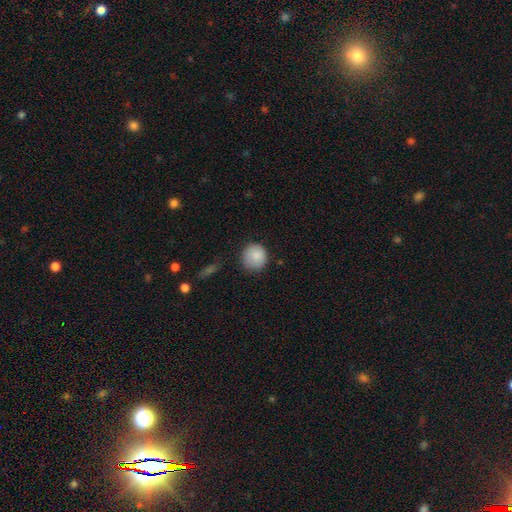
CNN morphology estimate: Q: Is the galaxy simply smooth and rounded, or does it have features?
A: smooth — 86%.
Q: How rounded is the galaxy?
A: round — 88%.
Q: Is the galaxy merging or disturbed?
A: none — 78%.